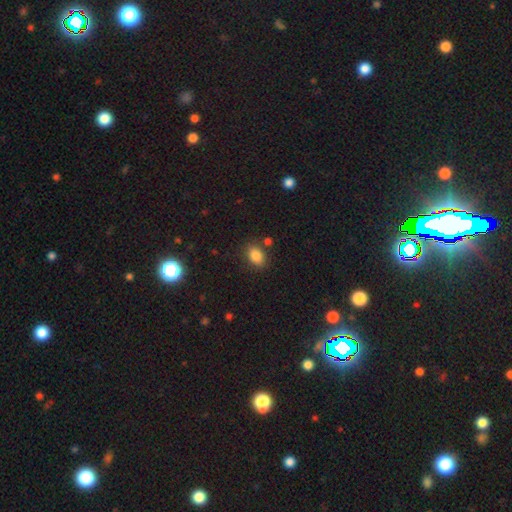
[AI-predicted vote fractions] smooth 84%, star or artifact 10%, featured or disk 6%. Down the decision tree: how rounded — in between (77%); merging — none (79%).